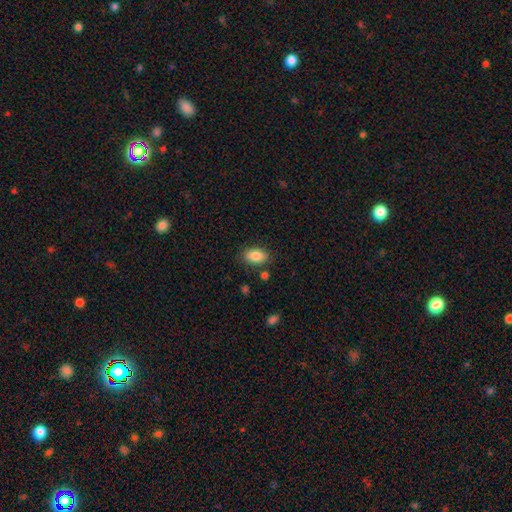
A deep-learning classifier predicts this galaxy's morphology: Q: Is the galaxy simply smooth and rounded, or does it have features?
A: smooth — 84%.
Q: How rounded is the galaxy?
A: in between — 90%.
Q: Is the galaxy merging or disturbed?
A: none — 82%.